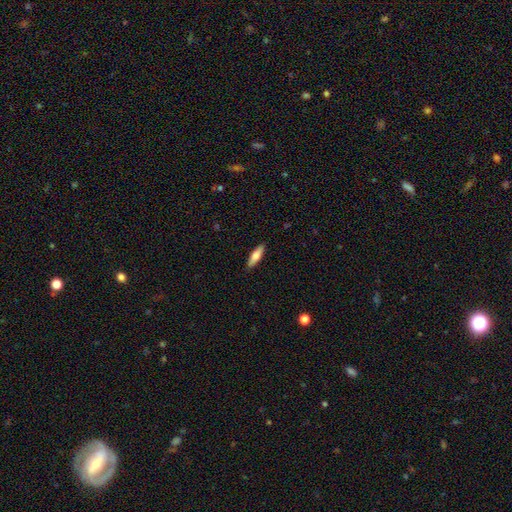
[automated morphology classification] A smooth galaxy with no disk features (68%) that is cigar-shaped (60%).

Vote fractions:
- Smooth or featured? smooth: 68% / featured or disk: 26% / star or artifact: 6%
- How rounded? cigar-shaped: 60% / in between: 38% / round: 2%
- Merging? none: 90% / minor disturbance: 8% / major disturbance: 2% / merger: 1%